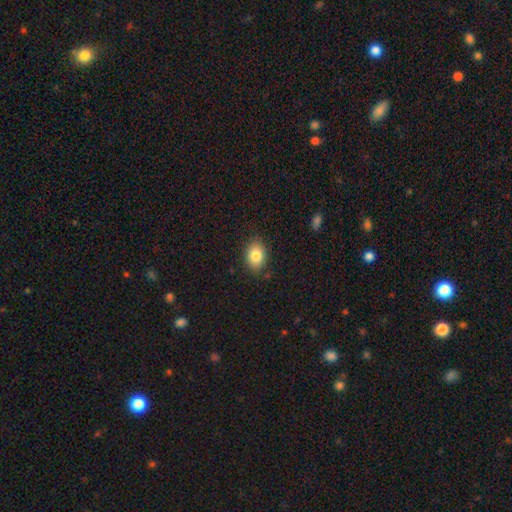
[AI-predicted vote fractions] The model was most divided on "how rounded": in between: 75%, round: 24%, cigar-shaped: 1%. More confident: merging — none (84%); smooth or featured — smooth (83%).